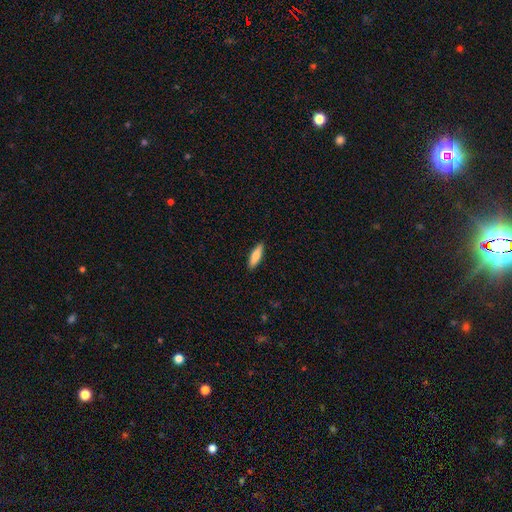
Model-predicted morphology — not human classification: smooth-or-featured: smooth: 79% | featured or disk: 16% | star or artifact: 6%
  how-rounded: cigar-shaped: 57% | in between: 41% | round: 2%
  merging: none: 90% | minor disturbance: 8% | major disturbance: 2% | merger: 1%